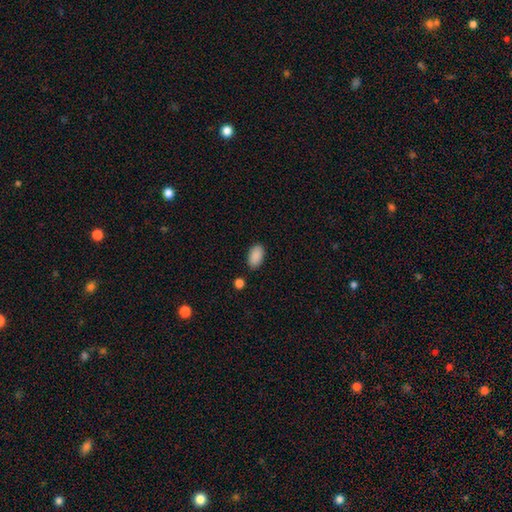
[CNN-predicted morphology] smooth_or_featured: smooth (p=0.90) [alt: star or artifact p=0.07]
how_rounded: in between (p=0.94) [alt: round p=0.04]
merging: none (p=0.85) [alt: minor disturbance p=0.10]